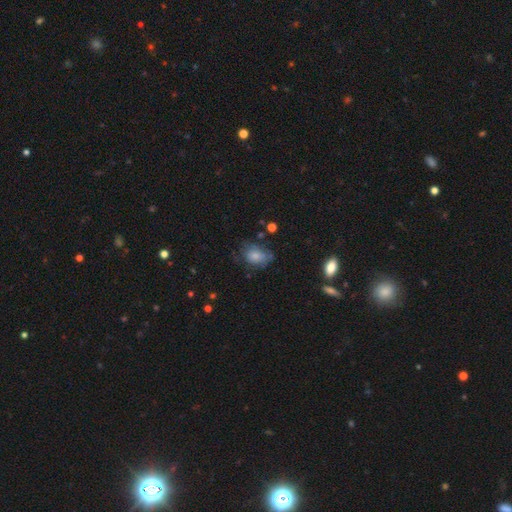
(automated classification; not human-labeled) Q: Smooth or featured?
A: smooth (75%); runner-up: featured or disk (16%)
Q: How rounded?
A: in between (72%); runner-up: round (26%)
Q: Merging?
A: none (53%); runner-up: minor disturbance (30%)